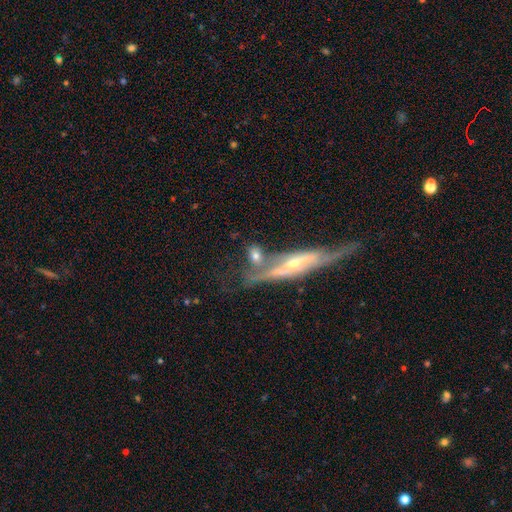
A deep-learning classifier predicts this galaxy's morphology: smooth 54%, featured or disk 36%, star or artifact 9%. Down the decision tree: how rounded — in between (53%); merging — none (44%).